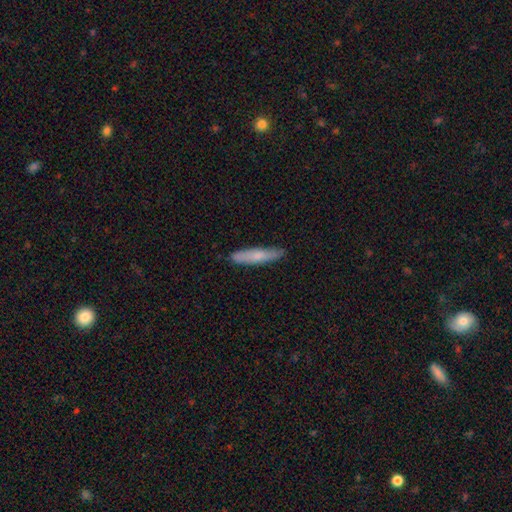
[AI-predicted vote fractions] Q: Smooth or featured?
A: smooth (68%); runner-up: featured or disk (26%)
Q: How rounded?
A: cigar-shaped (86%); runner-up: in between (12%)
Q: Merging?
A: none (84%); runner-up: minor disturbance (13%)